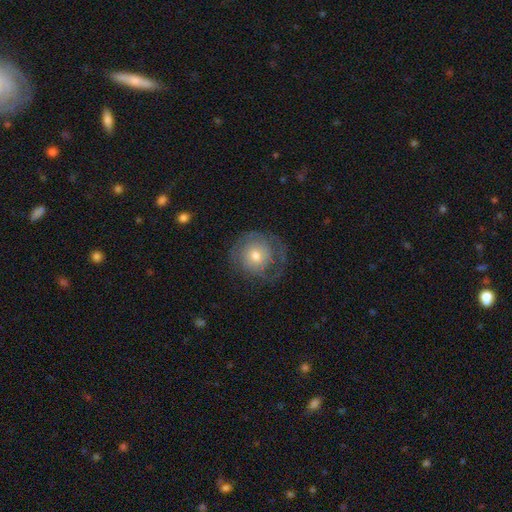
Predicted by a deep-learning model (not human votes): Morphology: type=featured or disk (52%); edge-on=no (97%); bar=no (79%); spiral arms=yes (70%); bulge=moderate (55%); merging=none (59%).